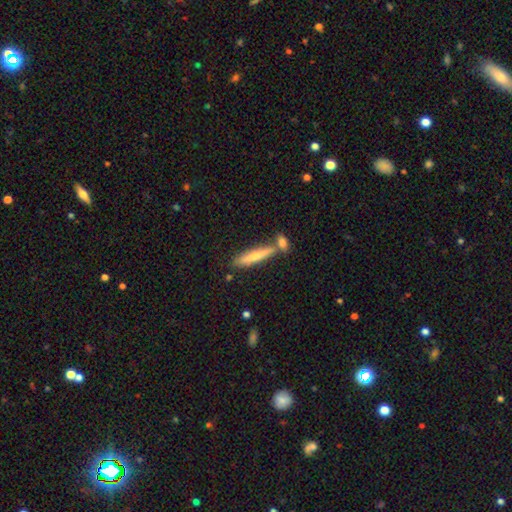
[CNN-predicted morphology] smooth 63%, featured or disk 31%, star or artifact 6%. Down the decision tree: how rounded — cigar-shaped (89%); merging — none (66%).